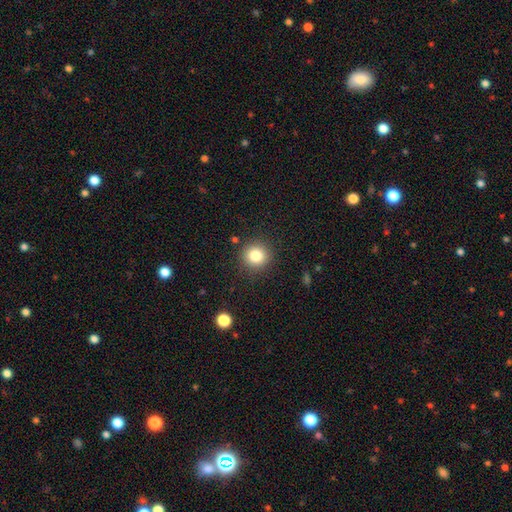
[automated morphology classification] A smooth galaxy with no disk features (82%) that is round (92%).

Vote fractions:
- Smooth or featured? smooth: 82% / star or artifact: 11% / featured or disk: 7%
- How rounded? round: 92% / in between: 7% / cigar-shaped: 1%
- Merging? none: 89% / minor disturbance: 7% / major disturbance: 2% / merger: 2%